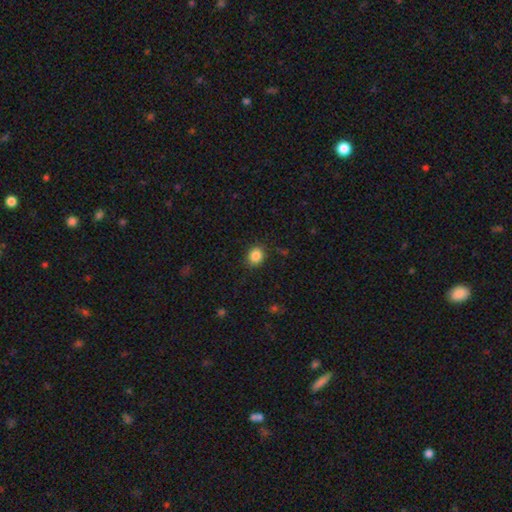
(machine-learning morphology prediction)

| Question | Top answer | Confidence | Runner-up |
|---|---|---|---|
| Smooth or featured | smooth | 86% | star or artifact (10%) |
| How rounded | round | 69% | in between (30%) |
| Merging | none | 86% | minor disturbance (10%) |